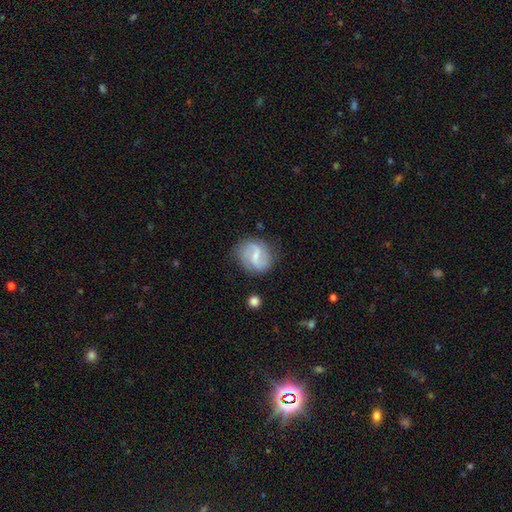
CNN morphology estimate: The model was most divided on "spiral winding": loose: 50%, medium: 38%, tight: 12%. More confident: edge-on disk — no (98%); spiral arms — yes (91%); spiral arm count — 2 (88%); merging — none (76%); smooth or featured — featured or disk (73%); bulge size — small (55%); bar — weak (54%).